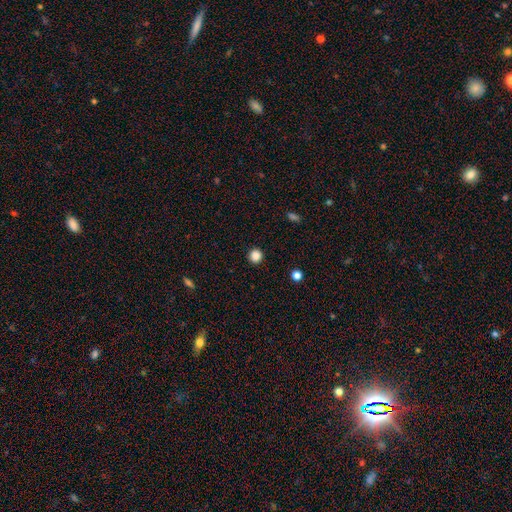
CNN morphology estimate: smooth_or_featured: smooth (p=0.86) [alt: star or artifact p=0.12]
how_rounded: round (p=0.94) [alt: in between p=0.05]
merging: none (p=0.92) [alt: minor disturbance p=0.05]